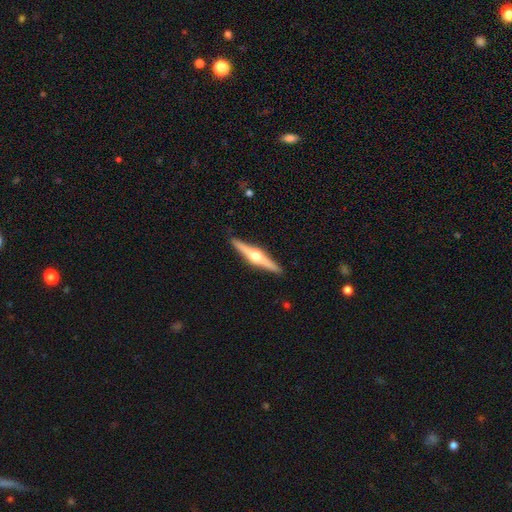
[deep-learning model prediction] Smooth or featured? featured or disk (76%)
Edge-on disk? yes (98%)
Edge-on bulge? rounded (94%)
Merging? none (91%)